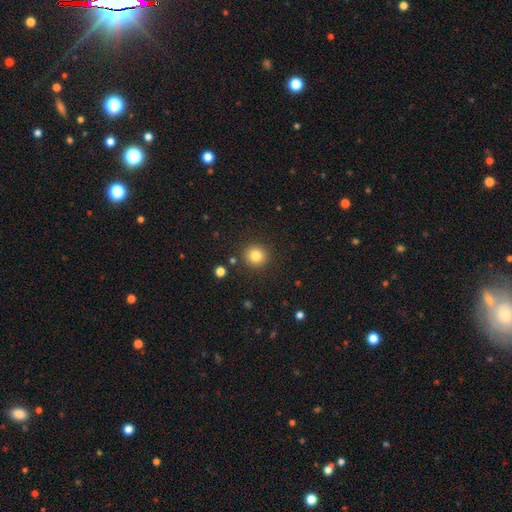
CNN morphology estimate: A smooth galaxy with no disk features (82%) that is round (92%). Merging: none (90%).